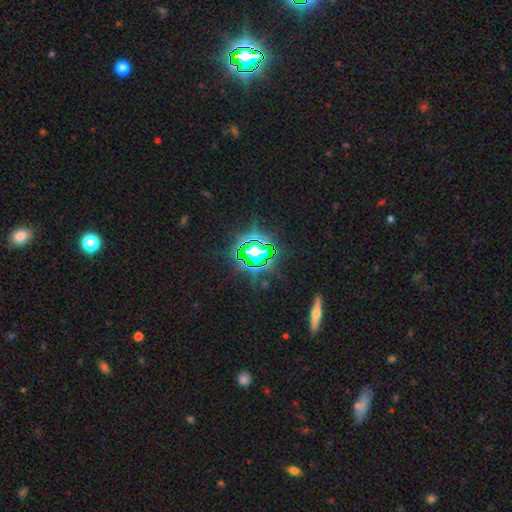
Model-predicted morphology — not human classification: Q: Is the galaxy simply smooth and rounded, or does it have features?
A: star or artifact — 77%.